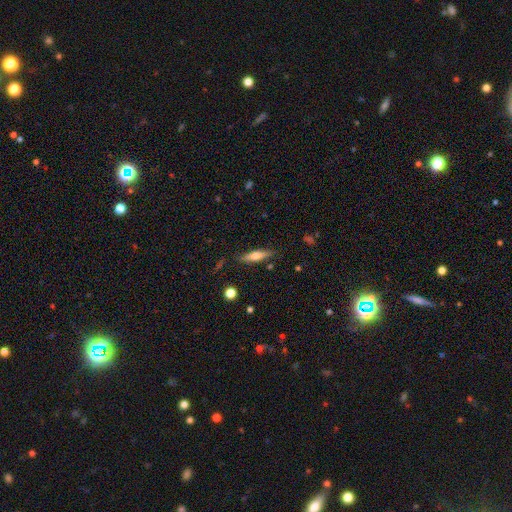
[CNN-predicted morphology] Smooth or featured? smooth (54%)
How rounded? cigar-shaped (69%)
Merging? none (83%)